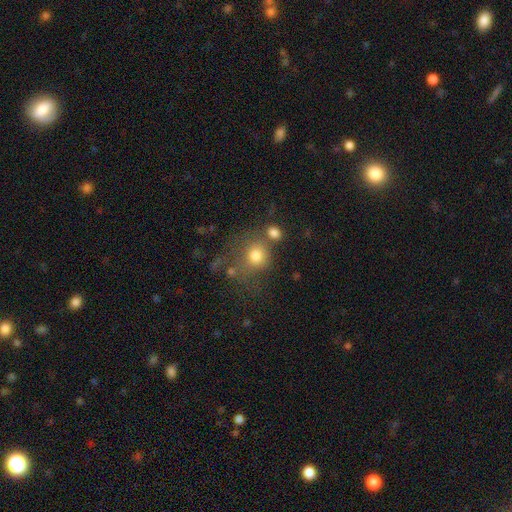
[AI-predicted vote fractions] Q: Smooth or featured?
A: smooth (75%); runner-up: star or artifact (13%)
Q: How rounded?
A: round (80%); runner-up: in between (19%)
Q: Merging?
A: none (49%); runner-up: merger (22%)